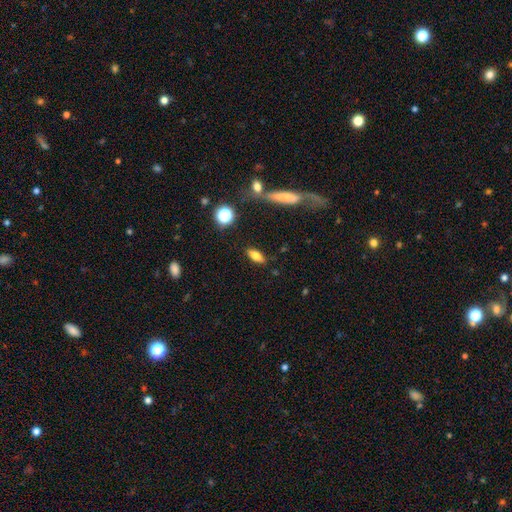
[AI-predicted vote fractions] Q: Smooth or featured?
A: smooth (72%); runner-up: featured or disk (17%)
Q: How rounded?
A: in between (76%); runner-up: cigar-shaped (18%)
Q: Merging?
A: none (84%); runner-up: minor disturbance (10%)